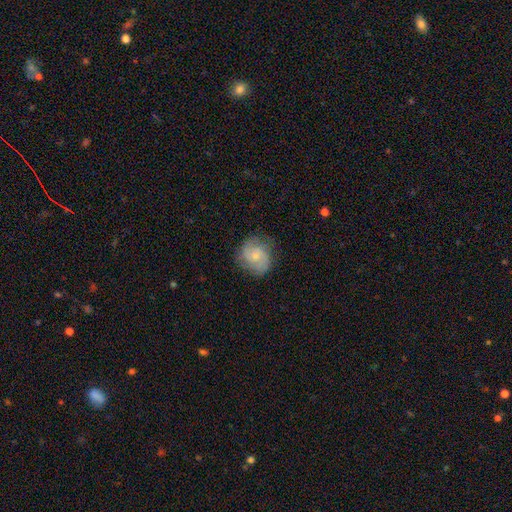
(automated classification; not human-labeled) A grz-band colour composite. It shows a featured or disk galaxy (58%) with no bar (71%), 2 (58%) medium (44%) spiral arms (89%) and a small central bulge (69%). Merging: none (74%).